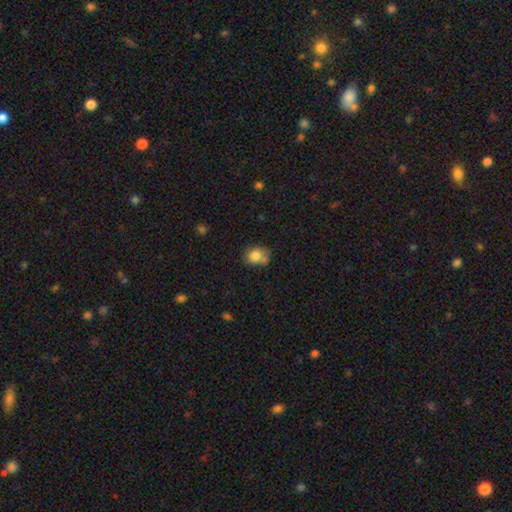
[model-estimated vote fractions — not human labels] This is clearly a smooth galaxy (81%). How rounded: possibly round (50%). Merging: possibly none (54%).